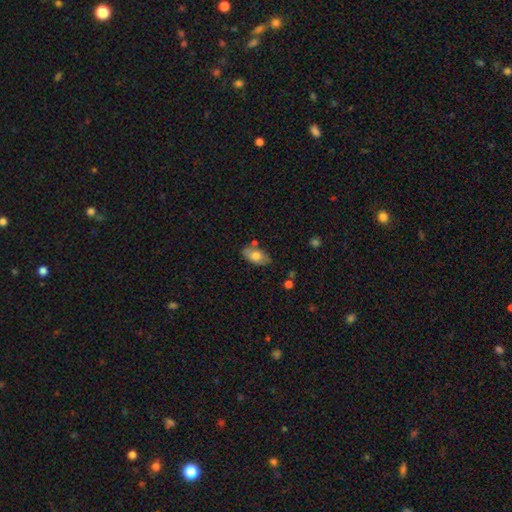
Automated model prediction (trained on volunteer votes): smooth_or_featured: smooth (p=0.68) [alt: featured or disk p=0.25]
how_rounded: in between (p=0.92) [alt: round p=0.05]
merging: none (p=0.69) [alt: minor disturbance p=0.19]